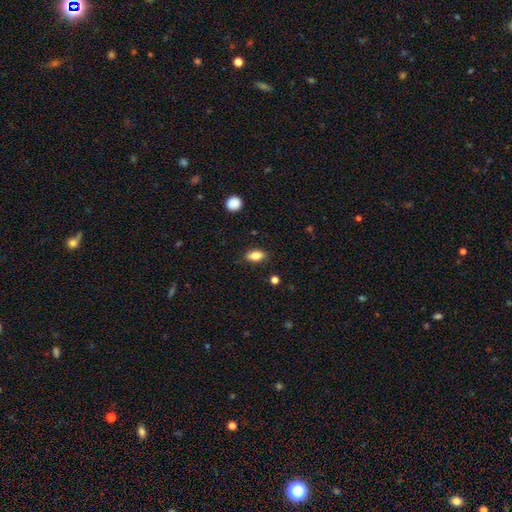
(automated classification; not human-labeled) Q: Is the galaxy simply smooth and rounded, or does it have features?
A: smooth — 84%.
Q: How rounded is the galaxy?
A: in between — 87%.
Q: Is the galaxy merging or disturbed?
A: none — 85%.